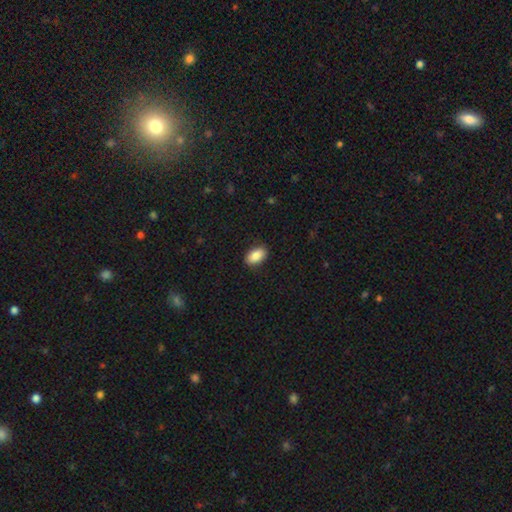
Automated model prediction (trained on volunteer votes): smooth_or_featured: smooth (p=0.88) [alt: star or artifact p=0.07]
how_rounded: in between (p=0.93) [alt: round p=0.05]
merging: none (p=0.88) [alt: minor disturbance p=0.09]